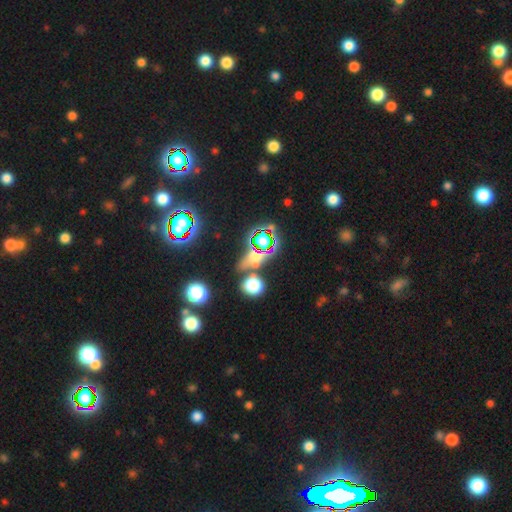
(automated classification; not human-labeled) The model was most divided on "smooth or featured": star or artifact: 56%, smooth: 28%, featured or disk: 16%.